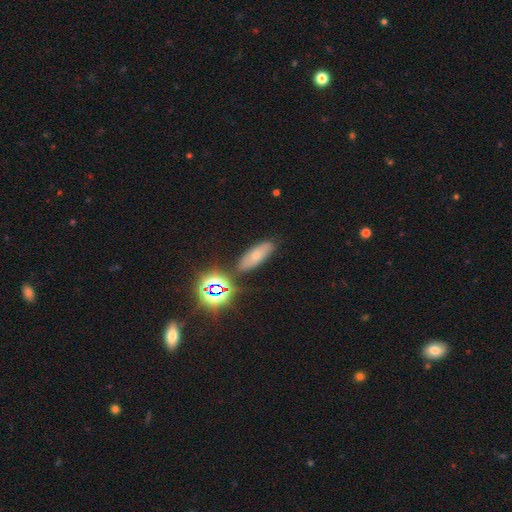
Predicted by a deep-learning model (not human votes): Q: Smooth or featured?
A: smooth (54%); runner-up: featured or disk (24%)
Q: How rounded?
A: in between (65%); runner-up: cigar-shaped (28%)
Q: Merging?
A: none (82%); runner-up: minor disturbance (11%)